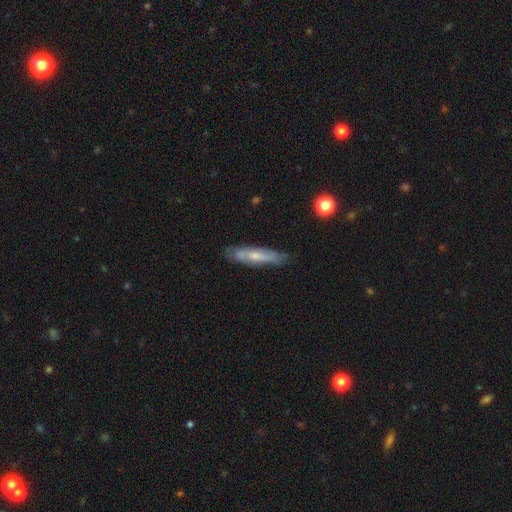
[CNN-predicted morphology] smooth 47%, featured or disk 46%, star or artifact 7%. Down the decision tree: merging — none (77%).